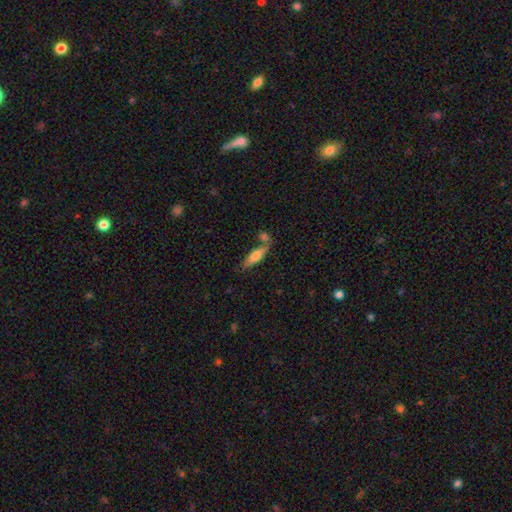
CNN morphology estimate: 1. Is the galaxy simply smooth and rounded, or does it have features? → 64% smooth, 30% featured or disk, 6% star or artifact.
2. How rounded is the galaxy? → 61% cigar-shaped, 37% in between, 2% round.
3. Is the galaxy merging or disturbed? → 61% none, 20% merger, 15% minor disturbance, 4% major disturbance.